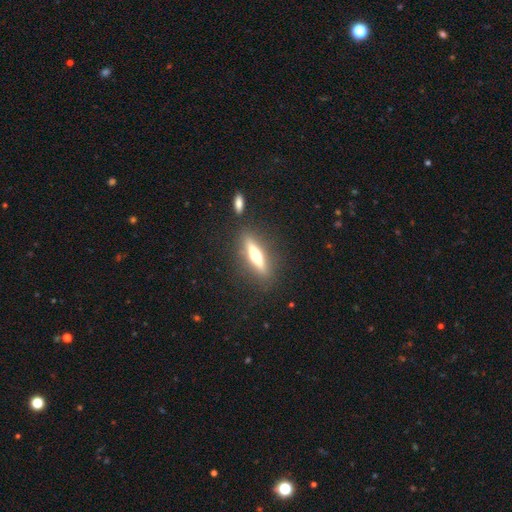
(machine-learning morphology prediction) type=featured or disk (63%); edge-on=yes (92%); edge-on bulge=rounded (92%); merging=none (84%).